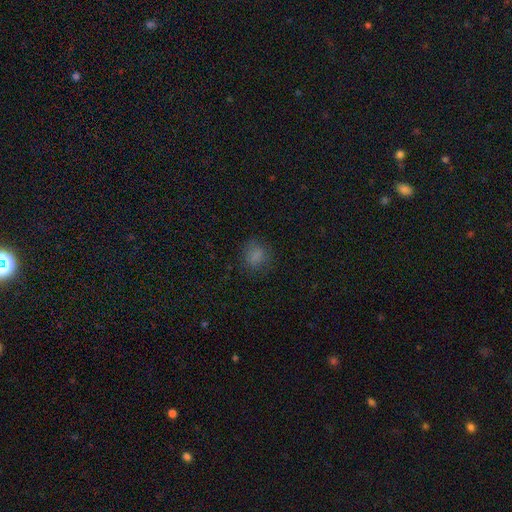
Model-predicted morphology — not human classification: Q: Smooth or featured?
A: smooth (79%); runner-up: star or artifact (14%)
Q: How rounded?
A: round (69%); runner-up: in between (30%)
Q: Merging?
A: none (76%); runner-up: minor disturbance (16%)